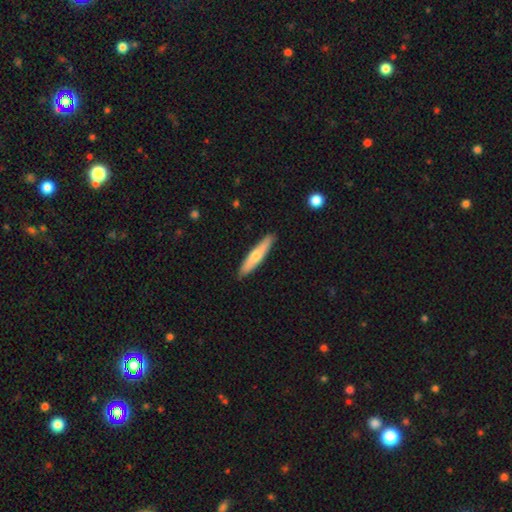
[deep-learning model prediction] The model was most divided on "smooth or featured": smooth: 54%, featured or disk: 41%, star or artifact: 5%. More confident: merging — none (90%); how rounded — cigar-shaped (89%).